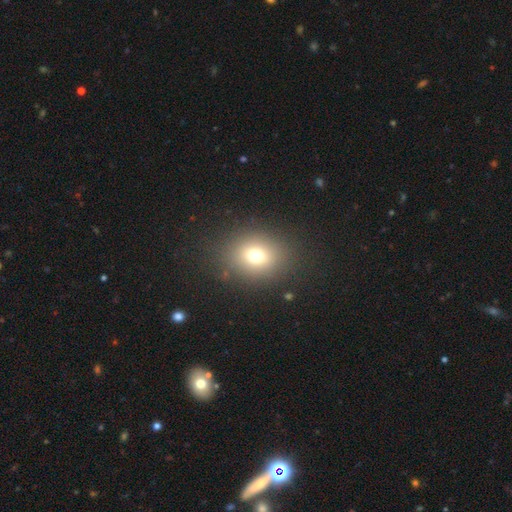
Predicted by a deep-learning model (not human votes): smooth-or-featured: smooth: 71% | star or artifact: 17% | featured or disk: 11%
  how-rounded: round: 67% | in between: 32% | cigar-shaped: 1%
  merging: none: 86% | minor disturbance: 8% | major disturbance: 5% | merger: 1%